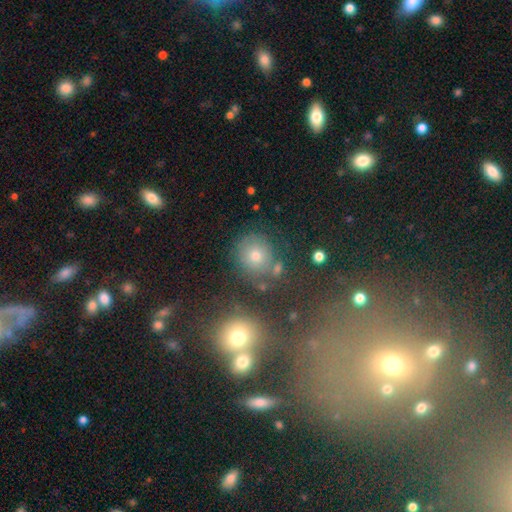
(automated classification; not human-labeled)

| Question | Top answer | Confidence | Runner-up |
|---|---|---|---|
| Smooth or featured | smooth | 64% | star or artifact (19%) |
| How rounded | round | 81% | in between (18%) |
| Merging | none | 73% | minor disturbance (13%) |